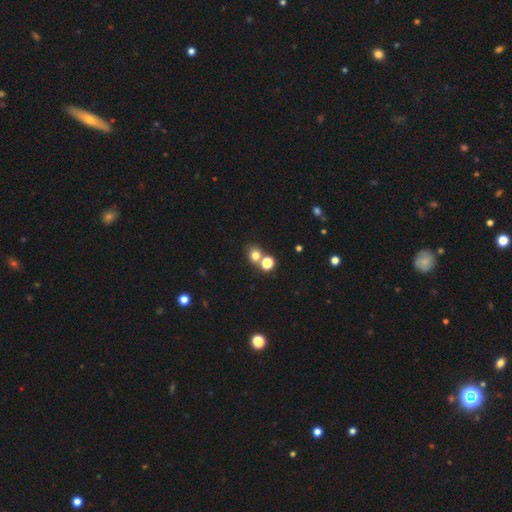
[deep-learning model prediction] The model was most divided on "merging": none: 56%, merger: 33%, minor disturbance: 8%, major disturbance: 4%. More confident: smooth or featured — smooth (75%); how rounded — round (74%).